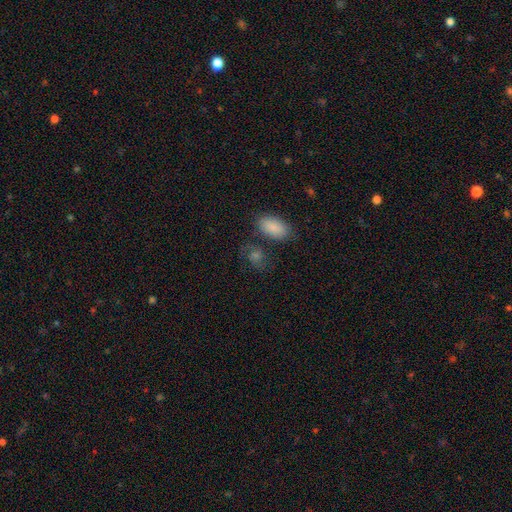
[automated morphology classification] Smooth or featured?
  - smooth: 70% *
  - star or artifact: 16%
  - featured or disk: 14%
How rounded?
  - in between: 78% *
  - round: 19%
  - cigar-shaped: 3%
Merging?
  - none: 62% *
  - minor disturbance: 15%
  - merger: 15%
  - major disturbance: 8%